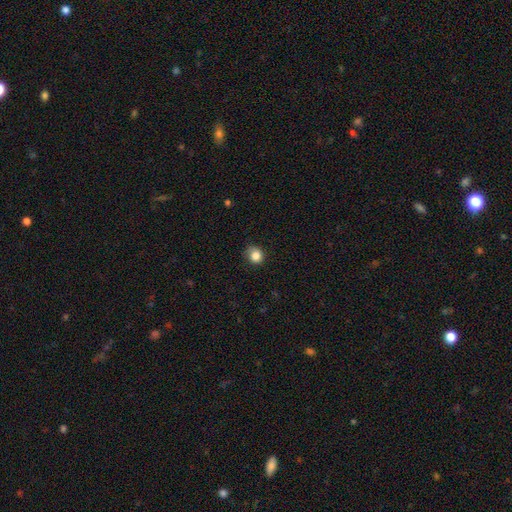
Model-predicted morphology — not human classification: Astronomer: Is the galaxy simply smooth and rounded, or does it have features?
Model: smooth — 85%.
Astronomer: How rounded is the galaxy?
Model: round — 79%.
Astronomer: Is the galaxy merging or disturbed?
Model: none — 70%.